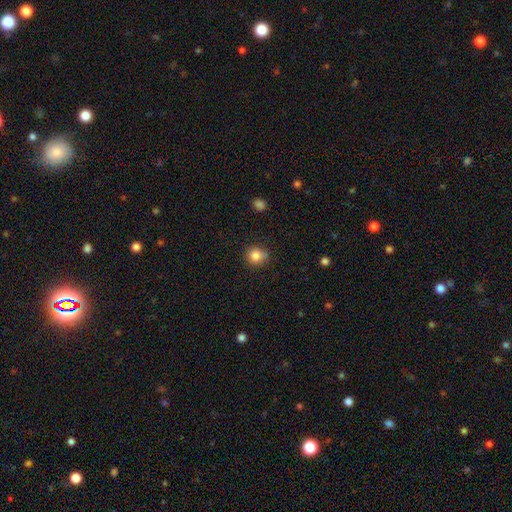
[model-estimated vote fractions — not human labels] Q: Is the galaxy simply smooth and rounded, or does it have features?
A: smooth — 84%.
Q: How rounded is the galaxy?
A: round — 84%.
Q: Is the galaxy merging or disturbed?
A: none — 77%.